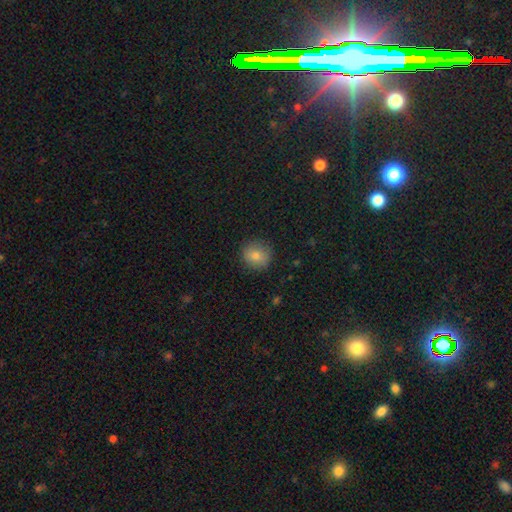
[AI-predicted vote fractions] This is likely a smooth galaxy (79%). How rounded: clearly round (86%). Merging: clearly none (88%).